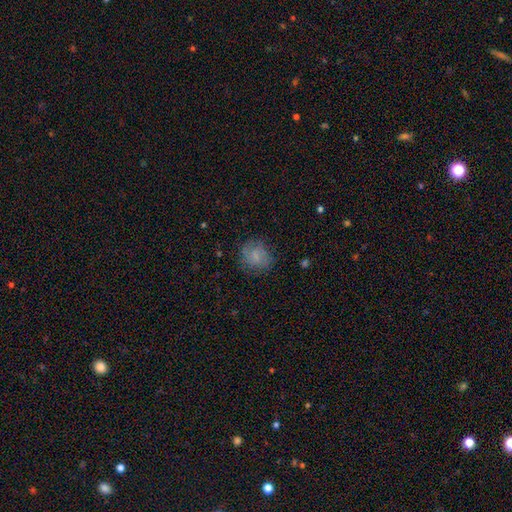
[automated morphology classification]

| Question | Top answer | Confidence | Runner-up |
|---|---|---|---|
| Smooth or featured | smooth | 69% | featured or disk (20%) |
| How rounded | round | 72% | in between (27%) |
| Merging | none | 71% | minor disturbance (19%) |